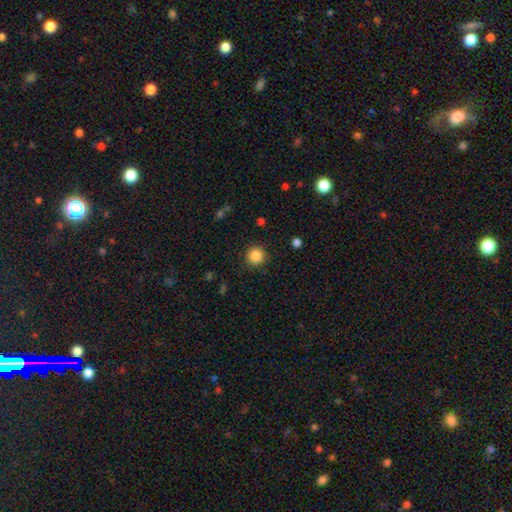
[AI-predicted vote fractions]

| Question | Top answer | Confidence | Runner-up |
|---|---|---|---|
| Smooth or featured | smooth | 86% | star or artifact (10%) |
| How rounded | round | 94% | in between (5%) |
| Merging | none | 90% | minor disturbance (7%) |